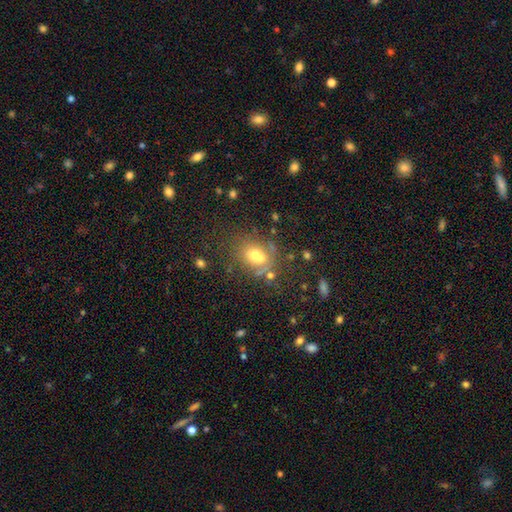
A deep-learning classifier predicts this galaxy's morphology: The model was most divided on "how rounded": in between: 51%, round: 48%, cigar-shaped: 1%. More confident: smooth or featured — smooth (62%); merging — none (51%).